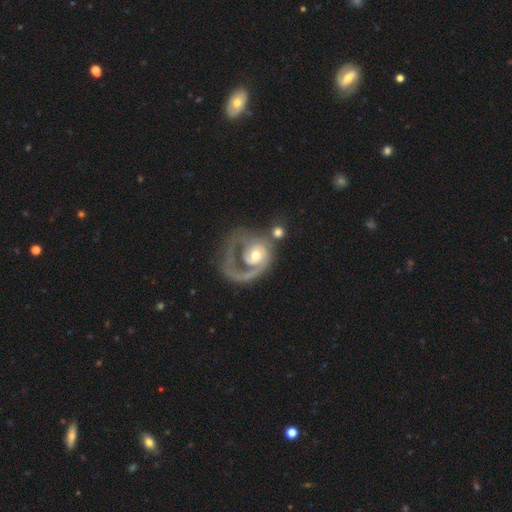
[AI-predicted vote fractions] Overall: featured or disk (81%). Edge-on disk: no (98%). Bar: no (74%). Spiral arms: yes (85%). Spiral arm count: 1 (74%). Spiral winding: medium (37%; tight 35%). Bulge size: moderate (69%). Merging: major disturbance (40%; none 28%).